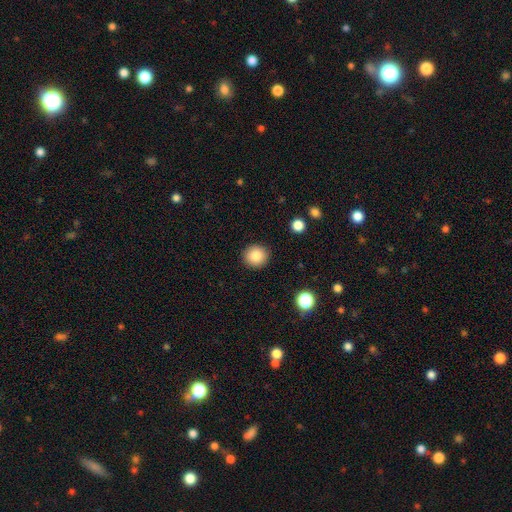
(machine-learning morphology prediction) A smooth galaxy with no disk features (84%) that is round (91%). Merging: none (91%).